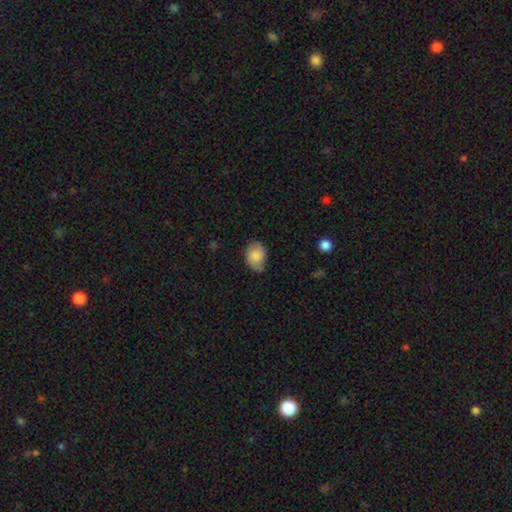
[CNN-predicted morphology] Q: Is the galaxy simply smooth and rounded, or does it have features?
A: smooth — 75%.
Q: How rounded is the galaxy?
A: in between — 68%.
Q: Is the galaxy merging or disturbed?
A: none — 54%.